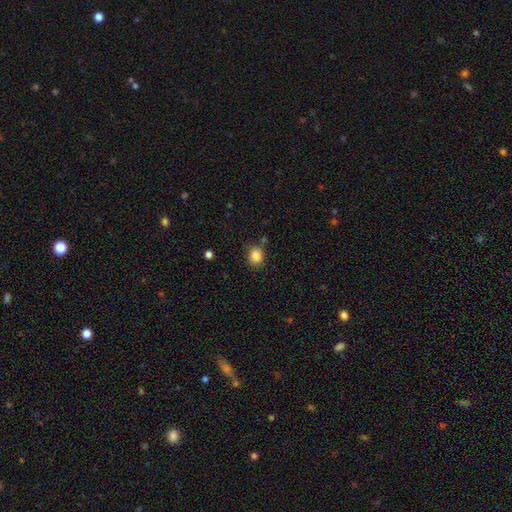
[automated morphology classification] The model was most divided on "how rounded": round: 71%, in between: 28%, cigar-shaped: 1%. More confident: smooth or featured — smooth (86%); merging — none (79%).